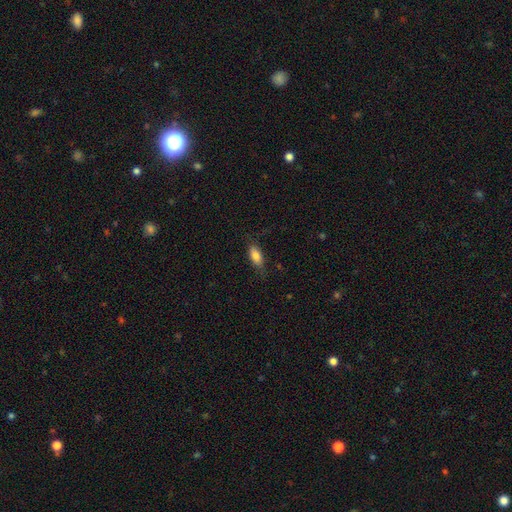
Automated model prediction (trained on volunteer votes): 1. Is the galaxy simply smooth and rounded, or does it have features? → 83% smooth, 10% featured or disk, 7% star or artifact.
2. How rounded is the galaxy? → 83% in between, 14% cigar-shaped, 3% round.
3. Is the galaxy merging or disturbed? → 76% none, 18% minor disturbance, 5% major disturbance, 1% merger.